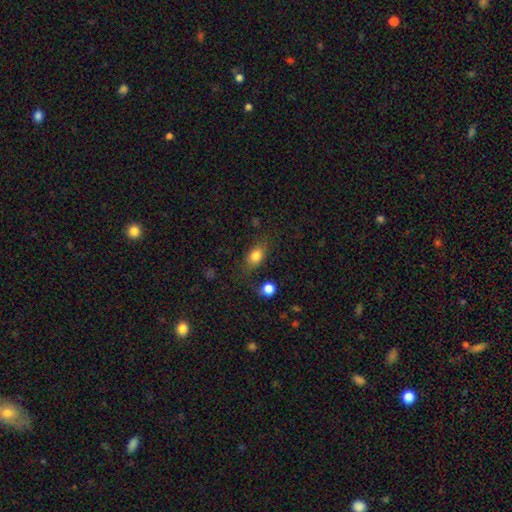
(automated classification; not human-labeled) This is clearly a smooth galaxy (82%). How rounded: likely in between (78%). Merging: likely none (74%).